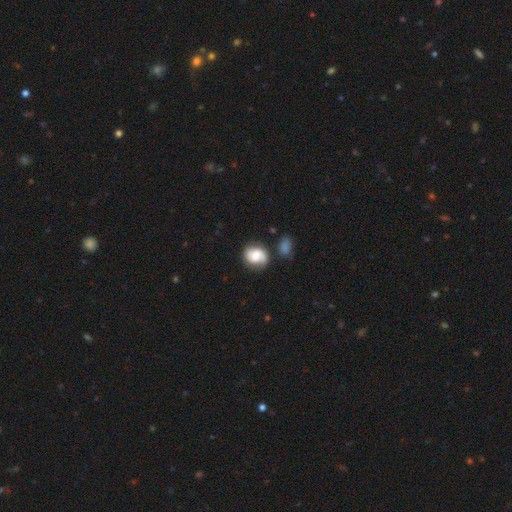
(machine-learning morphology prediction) Smooth or featured?
  - featured or disk: 50% *
  - smooth: 42%
  - star or artifact: 8%
Merging?
  - none: 66% *
  - minor disturbance: 21%
  - merger: 7%
  - major disturbance: 7%